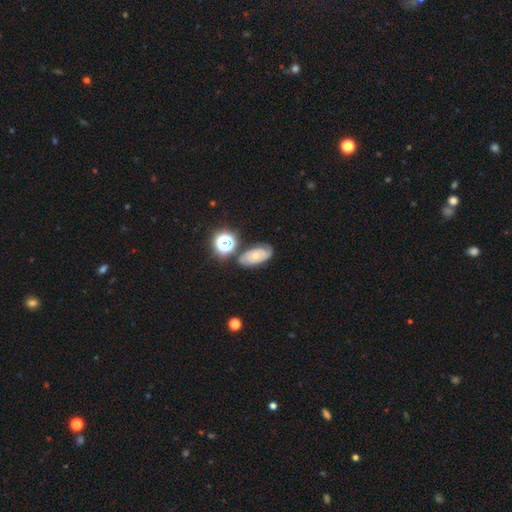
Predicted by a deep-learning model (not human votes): This is possibly a featured or disk galaxy (57%). It is clearly not viewed edge-on (94%). Bar: clearly no (82%). Spiral arm pattern: likely yes (74%). Central bulge: possibly small (52%). Merging: likely none (69%).